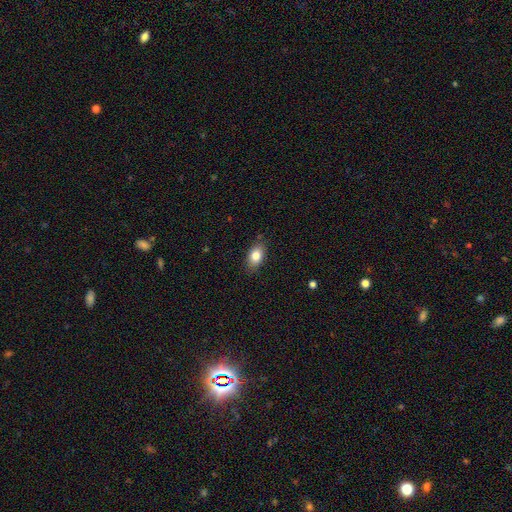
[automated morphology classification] Q: Smooth or featured?
A: smooth (81%); runner-up: featured or disk (11%)
Q: How rounded?
A: in between (88%); runner-up: round (9%)
Q: Merging?
A: none (83%); runner-up: minor disturbance (13%)